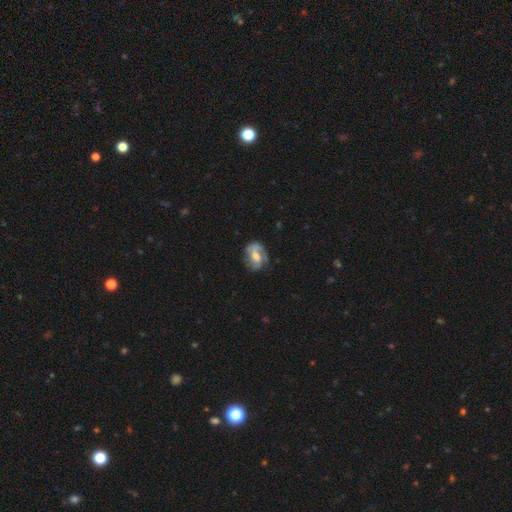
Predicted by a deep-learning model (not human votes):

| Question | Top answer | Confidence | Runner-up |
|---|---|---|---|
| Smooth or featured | featured or disk | 61% | smooth (31%) |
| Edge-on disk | no | 97% | yes (3%) |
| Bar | weak | 44% | no (40%) |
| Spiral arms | yes | 81% | no (19%) |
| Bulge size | moderate | 58% | small (22%) |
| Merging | none | 59% | minor disturbance (25%) |